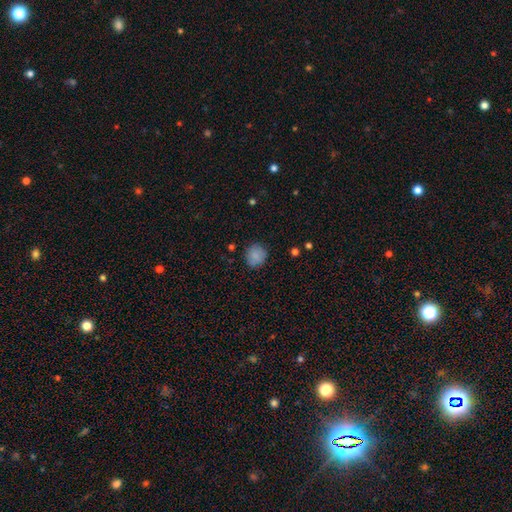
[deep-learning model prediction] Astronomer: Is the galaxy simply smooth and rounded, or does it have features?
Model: smooth — 86%.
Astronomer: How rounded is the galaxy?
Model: round — 83%.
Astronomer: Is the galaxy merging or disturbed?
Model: none — 84%.